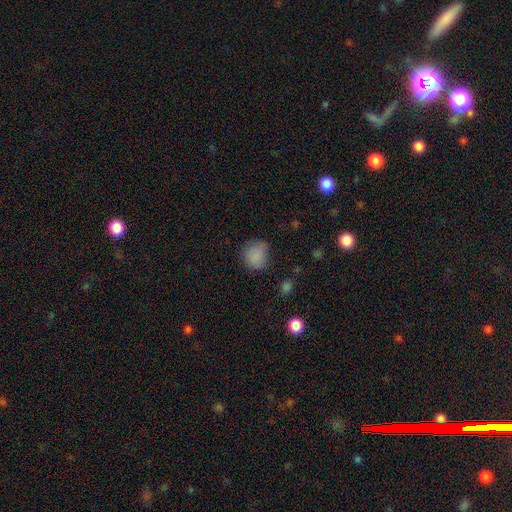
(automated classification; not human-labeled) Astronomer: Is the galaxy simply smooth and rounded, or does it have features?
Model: smooth — 82%.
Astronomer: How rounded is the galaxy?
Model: round — 73%.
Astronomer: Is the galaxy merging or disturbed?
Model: none — 61%.